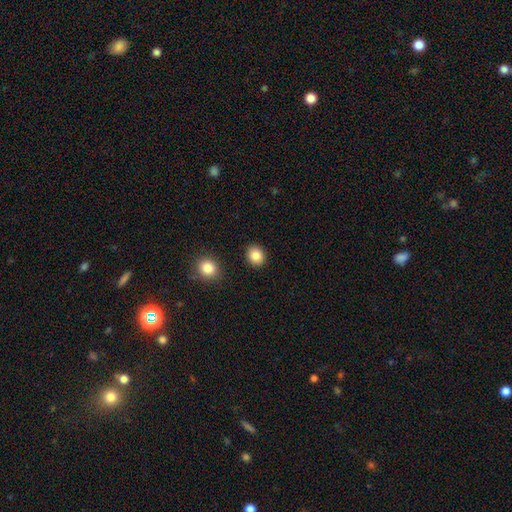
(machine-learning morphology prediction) Q: Smooth or featured?
A: smooth (85%); runner-up: star or artifact (9%)
Q: How rounded?
A: round (71%); runner-up: in between (28%)
Q: Merging?
A: none (89%); runner-up: minor disturbance (6%)